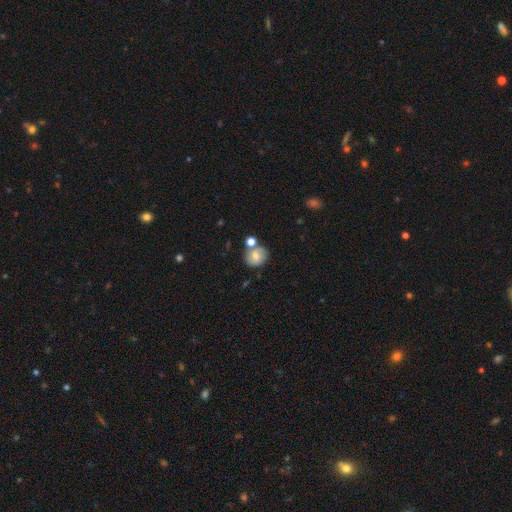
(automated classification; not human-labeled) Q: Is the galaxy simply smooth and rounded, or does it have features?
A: smooth — 66%.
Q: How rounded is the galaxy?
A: round — 77%.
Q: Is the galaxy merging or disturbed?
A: none — 58%.